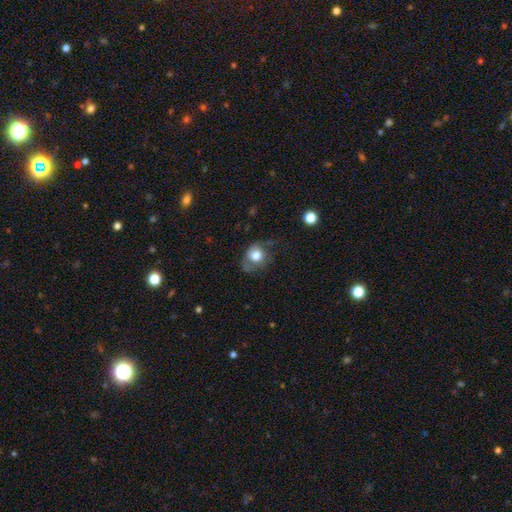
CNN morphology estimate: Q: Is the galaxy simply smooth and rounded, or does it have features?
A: smooth — 71%.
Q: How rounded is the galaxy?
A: round — 65%.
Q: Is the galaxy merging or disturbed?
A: none — 47%.